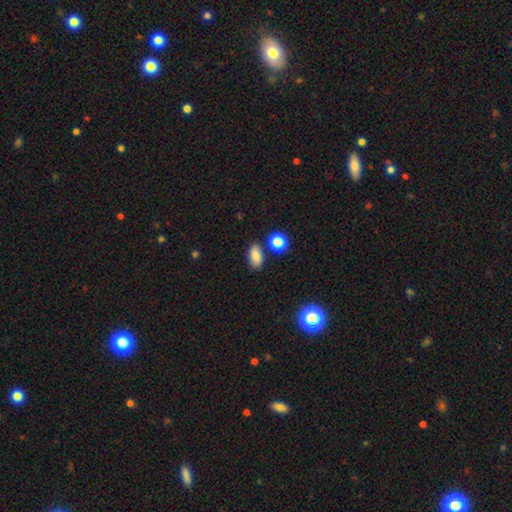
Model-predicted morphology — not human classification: type=smooth (84%); roundness=in between (88%); merging=none (79%).